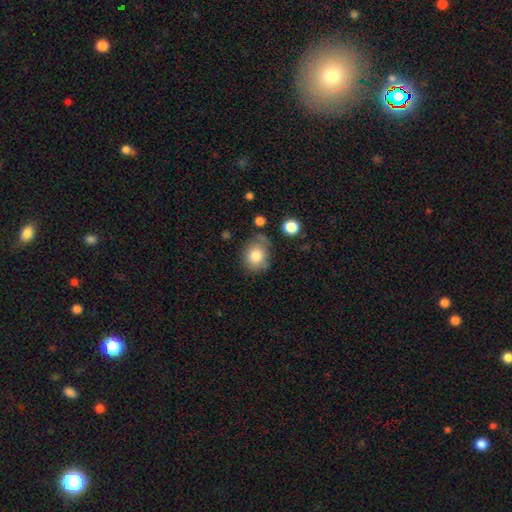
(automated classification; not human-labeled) Overall: smooth (80%). How rounded: round (56%; in between 43%). Merging: none (59%; minor disturbance 27%).